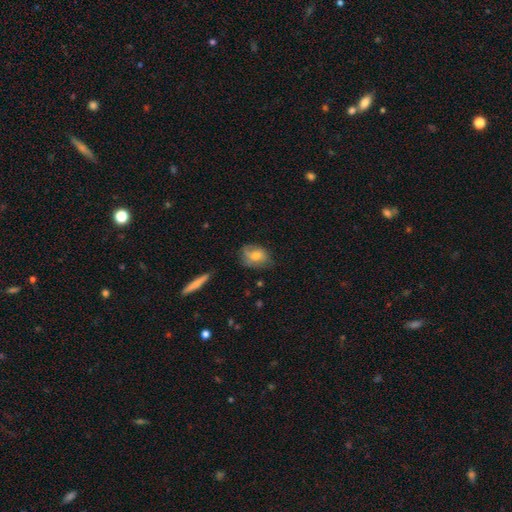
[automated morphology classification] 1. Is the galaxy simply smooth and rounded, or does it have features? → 56% smooth, 36% featured or disk, 8% star or artifact.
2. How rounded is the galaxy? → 60% in between, 38% round, 2% cigar-shaped.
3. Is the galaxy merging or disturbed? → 59% none, 29% minor disturbance, 10% major disturbance, 2% merger.